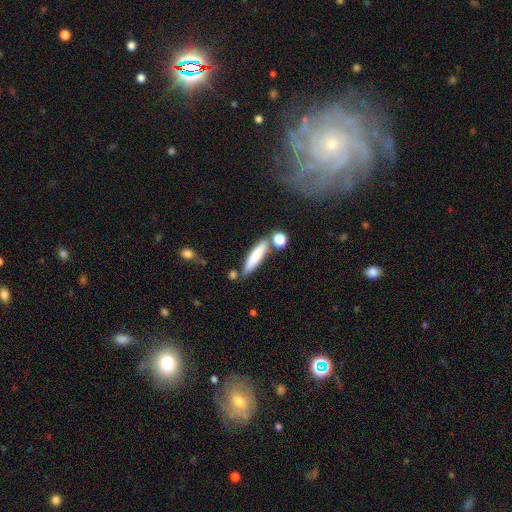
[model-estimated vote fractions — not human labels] A smooth galaxy with no disk features (76%) that is cigar-shaped (77%).

Vote fractions:
- Smooth or featured? smooth: 76% / featured or disk: 18% / star or artifact: 7%
- How rounded? cigar-shaped: 77% / in between: 21% / round: 2%
- Merging? none: 70% / minor disturbance: 14% / merger: 12% / major disturbance: 4%